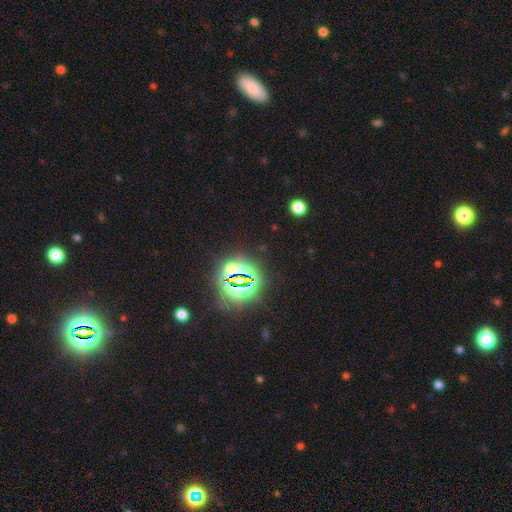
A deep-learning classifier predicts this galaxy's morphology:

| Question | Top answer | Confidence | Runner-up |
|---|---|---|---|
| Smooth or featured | star or artifact | 80% | smooth (12%) |